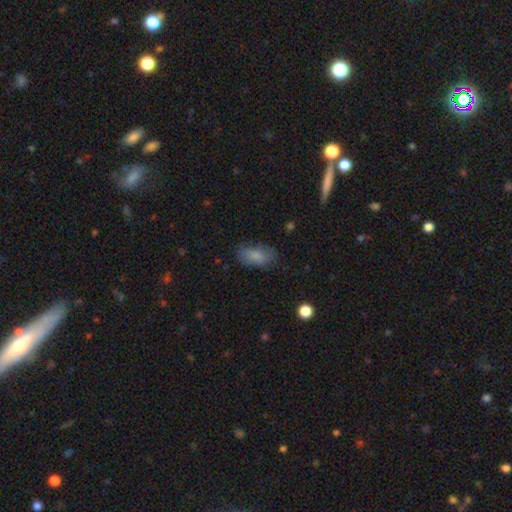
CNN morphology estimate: Smooth or featured? smooth (83%)
How rounded? in between (91%)
Merging? none (72%)